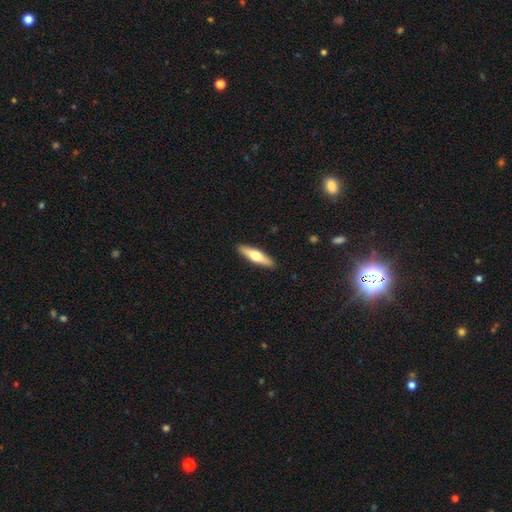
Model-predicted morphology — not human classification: Smooth or featured? Predicted: smooth (p=0.55). How rounded? Predicted: cigar-shaped (p=0.70). Merging? Predicted: none (p=0.91).